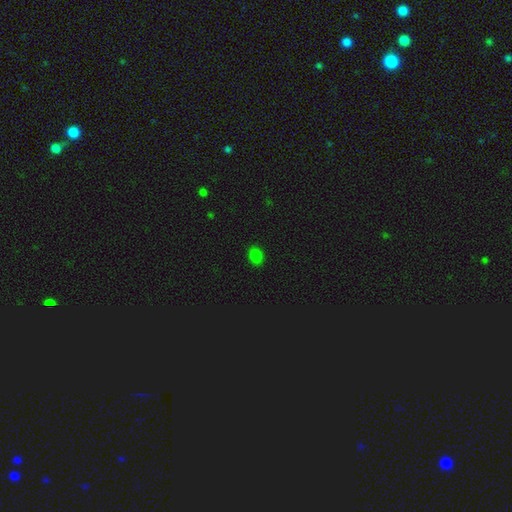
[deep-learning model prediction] Smooth or featured? smooth (81%)
How rounded? in between (65%)
Merging? none (88%)